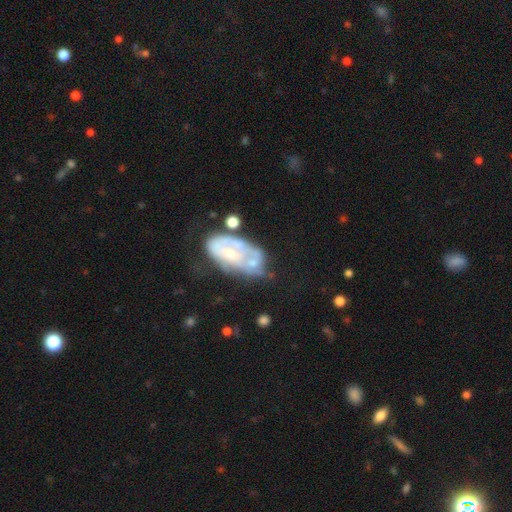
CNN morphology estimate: The model was most divided on "merging": none: 35%, minor disturbance: 25%, major disturbance: 22%, merger: 19%. More confident: edge-on disk — no (95%); bar — no (74%); smooth or featured — featured or disk (65%); spiral arms — no (58%); bulge size — small (54%).